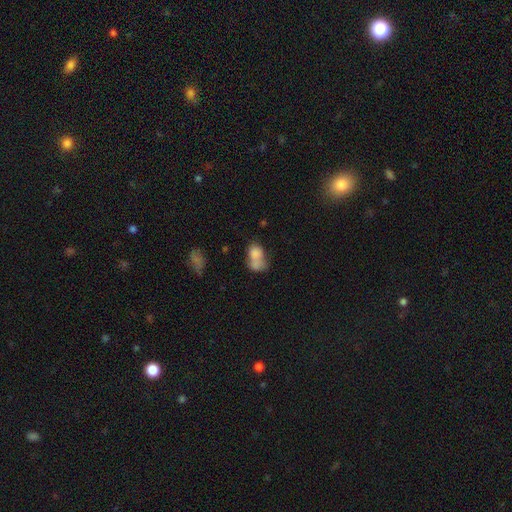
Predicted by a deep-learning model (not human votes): smooth_or_featured: smooth (p=0.75) [alt: featured or disk p=0.16]
how_rounded: in between (p=0.70) [alt: round p=0.28]
merging: merger (p=0.56) [alt: none p=0.22]